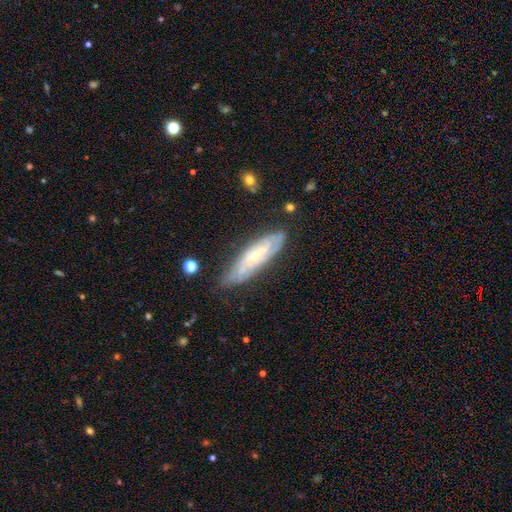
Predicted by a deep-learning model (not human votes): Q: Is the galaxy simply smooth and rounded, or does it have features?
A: featured or disk — 69%.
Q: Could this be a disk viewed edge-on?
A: no — 72%.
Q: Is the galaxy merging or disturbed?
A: none — 72%.